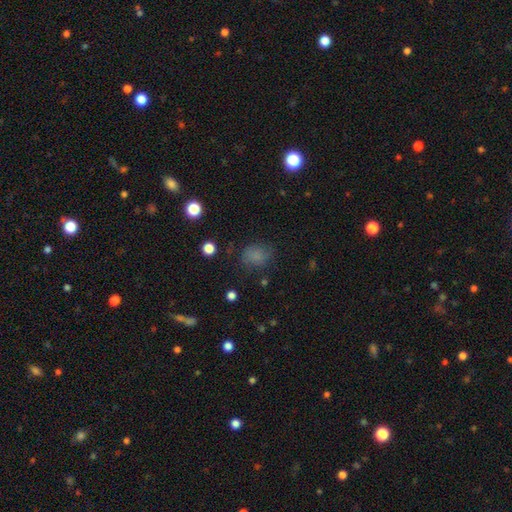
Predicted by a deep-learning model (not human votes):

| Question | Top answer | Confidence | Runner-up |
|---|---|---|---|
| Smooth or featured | smooth | 75% | star or artifact (17%) |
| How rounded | round | 54% | in between (44%) |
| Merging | none | 71% | minor disturbance (19%) |